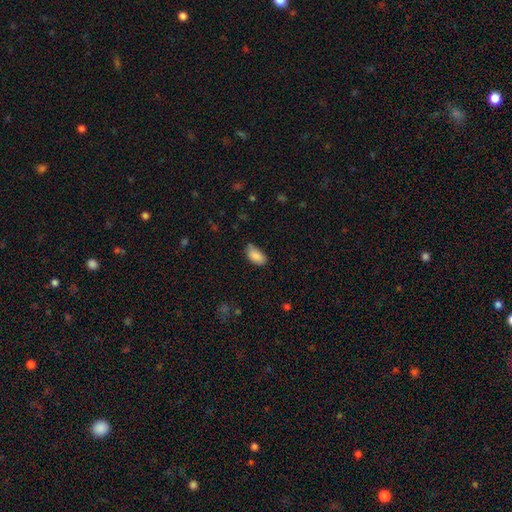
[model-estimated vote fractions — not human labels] smooth 87%, star or artifact 7%, featured or disk 6%. Down the decision tree: how rounded — in between (94%); merging — none (68%).